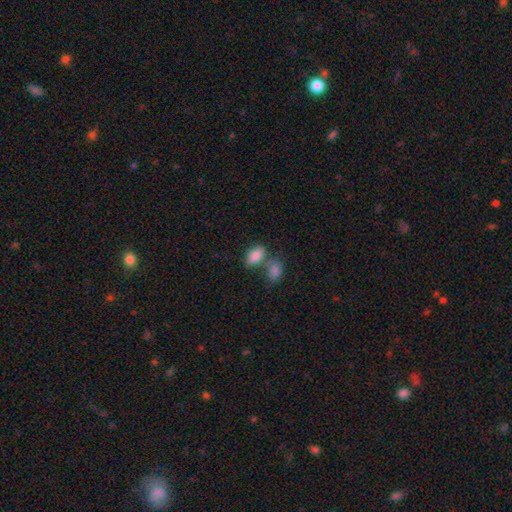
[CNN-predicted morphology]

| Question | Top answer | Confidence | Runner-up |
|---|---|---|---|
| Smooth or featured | smooth | 85% | star or artifact (8%) |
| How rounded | in between | 91% | round (6%) |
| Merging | none | 43% | merger (39%) |